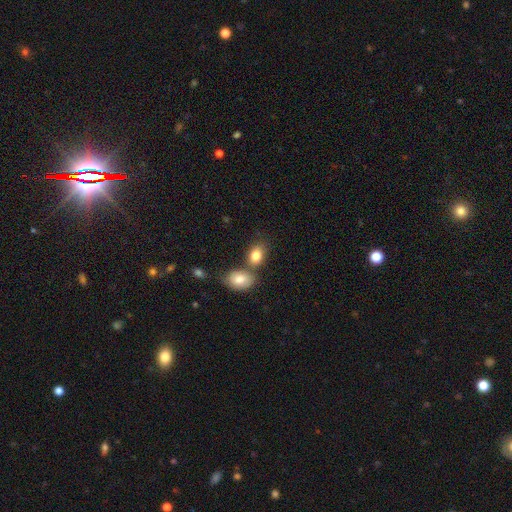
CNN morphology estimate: This is clearly a smooth galaxy (82%). How rounded: likely in between (77%). Merging: possibly none (49%).